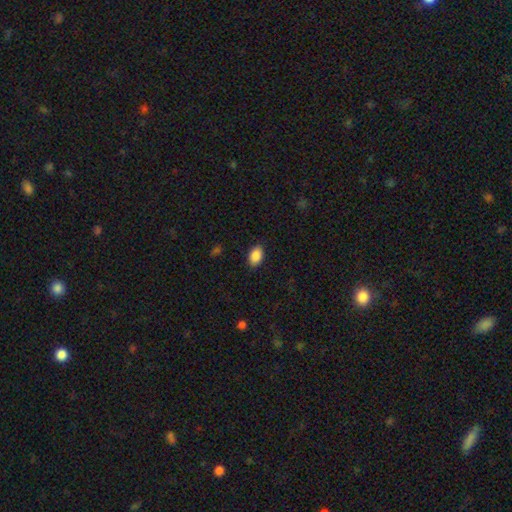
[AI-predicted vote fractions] A smooth galaxy with no disk features (89%) that is in between round and cigar-shaped (88%). Merging: none (87%).